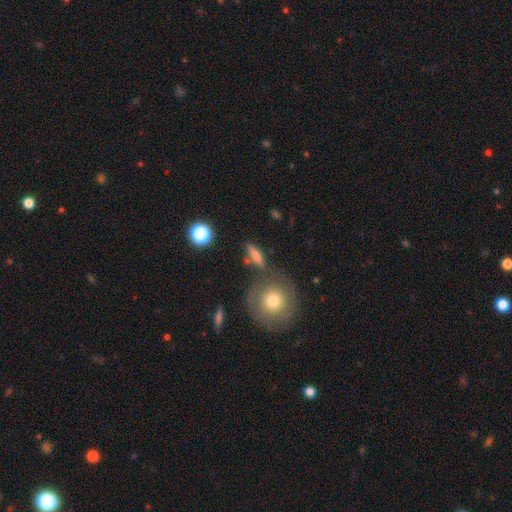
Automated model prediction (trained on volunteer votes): smooth_or_featured: smooth (p=0.54) [alt: featured or disk p=0.35]
how_rounded: cigar-shaped (p=0.50) [alt: in between p=0.33]
merging: none (p=0.72) [alt: minor disturbance p=0.13]